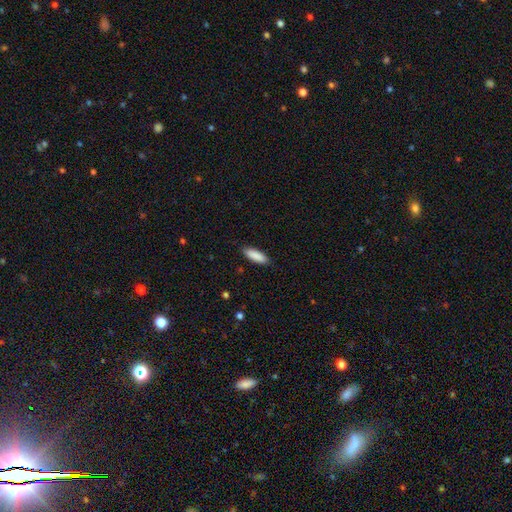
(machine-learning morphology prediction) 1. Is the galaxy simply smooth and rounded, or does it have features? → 90% smooth, 6% star or artifact, 5% featured or disk.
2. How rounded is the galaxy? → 52% in between, 46% cigar-shaped, 1% round.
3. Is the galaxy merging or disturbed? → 88% none, 9% minor disturbance, 2% major disturbance, 1% merger.